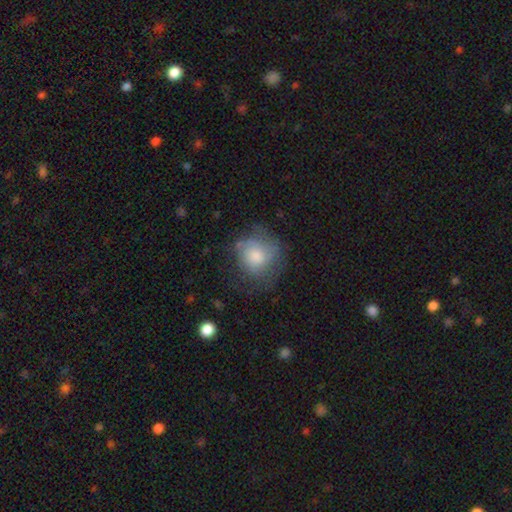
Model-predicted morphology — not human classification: smooth-or-featured: smooth: 65% | featured or disk: 27% | star or artifact: 9%
  how-rounded: round: 80% | in between: 19% | cigar-shaped: 1%
  merging: none: 55% | minor disturbance: 27% | major disturbance: 17% | merger: 2%